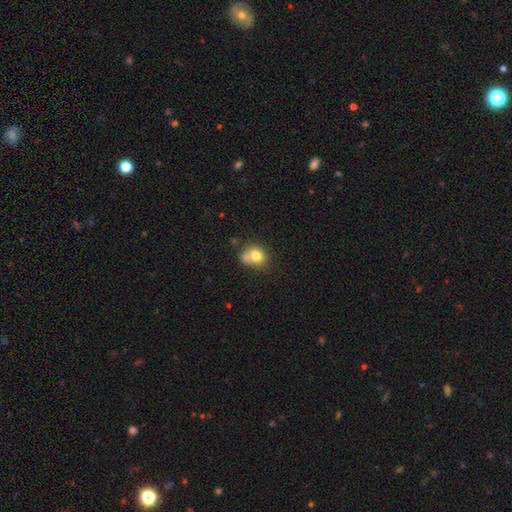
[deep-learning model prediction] This appears to be a smooth galaxy with no disk features (76%) that is round (63%). Merging: none (44%).